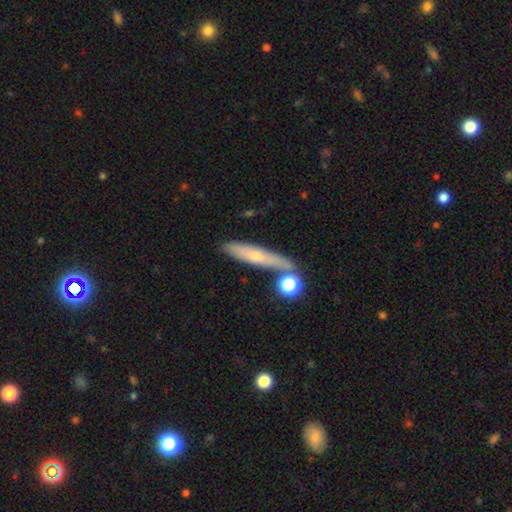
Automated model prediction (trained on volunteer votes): smooth-or-featured: smooth: 52% | featured or disk: 39% | star or artifact: 8%
  how-rounded: cigar-shaped: 83% | in between: 14% | round: 4%
  merging: none: 70% | minor disturbance: 15% | merger: 11% | major disturbance: 4%